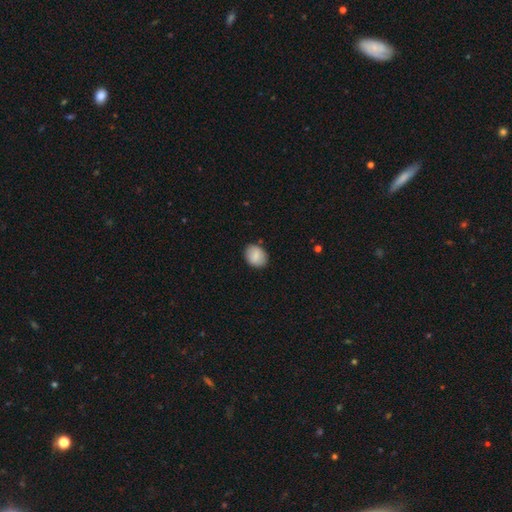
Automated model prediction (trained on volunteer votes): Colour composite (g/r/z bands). It shows a smooth galaxy with no disk features (85%) that is in between round and cigar-shaped (57%). Merging: none (85%).